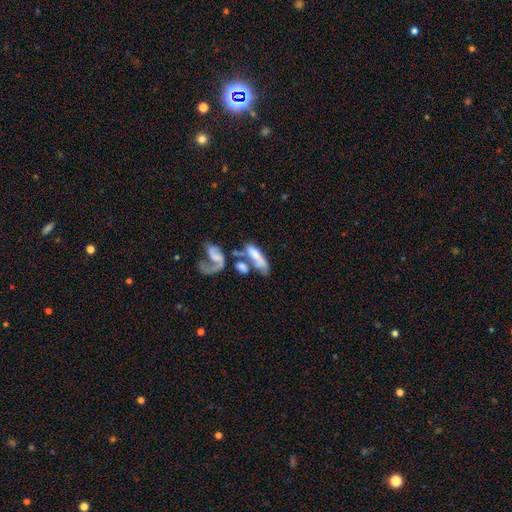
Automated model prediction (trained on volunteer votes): Smooth or featured? smooth (48%)
Merging? merger (53%)